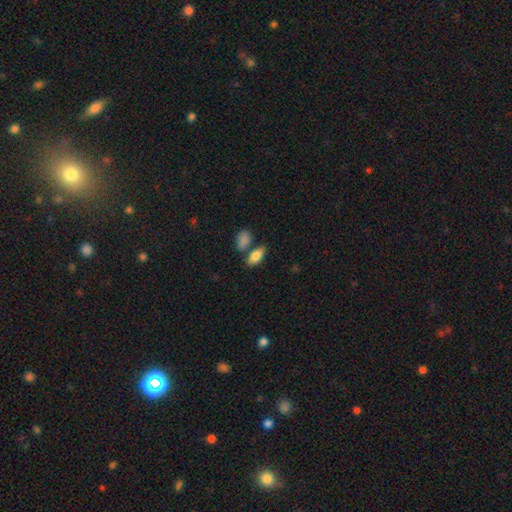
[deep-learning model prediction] Smooth or featured: smooth — 82% (featured or disk — 11%)
How rounded: in between — 87% (cigar-shaped — 10%)
Merging: none — 66% (merger — 17%)